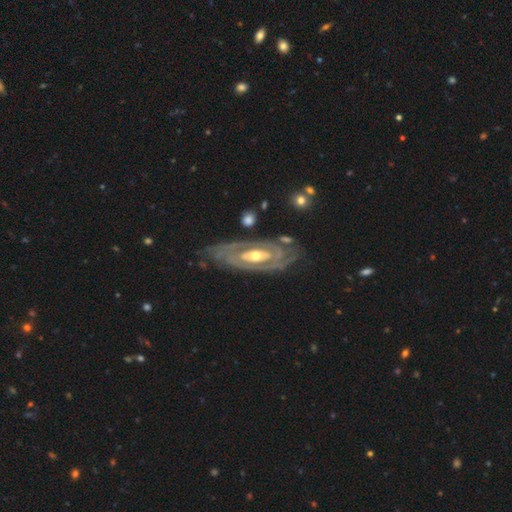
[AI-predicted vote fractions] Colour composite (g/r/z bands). It shows a featured or disk galaxy (87%) with no bar (63%), tight (76%) spiral arms (83%) and a moderate central bulge (62%). Merging: none (72%).